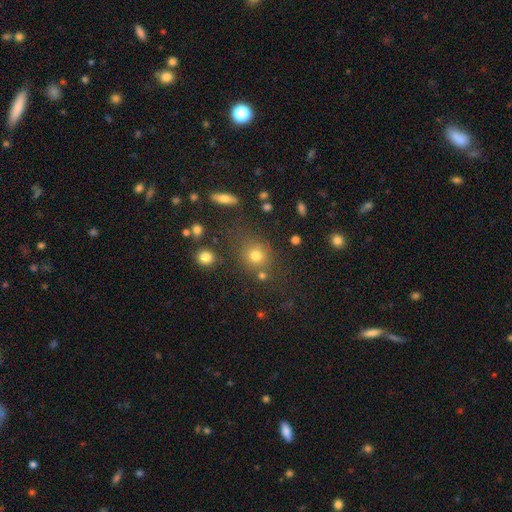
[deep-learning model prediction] This is likely a smooth galaxy (72%). How rounded: clearly round (81%). Merging: likely none (70%).